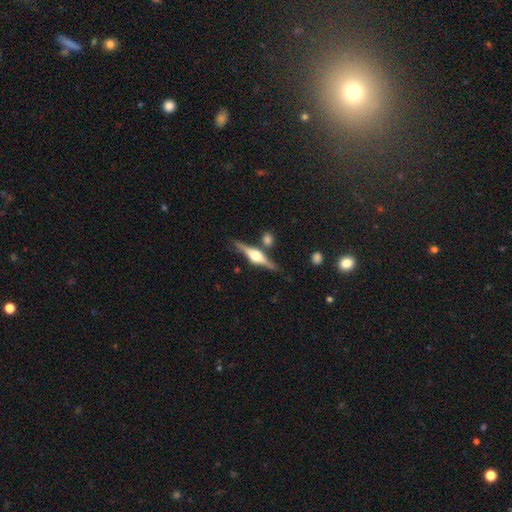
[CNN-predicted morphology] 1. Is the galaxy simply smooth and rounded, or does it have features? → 83% featured or disk, 12% smooth, 5% star or artifact.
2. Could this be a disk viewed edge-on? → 98% yes, 2% no.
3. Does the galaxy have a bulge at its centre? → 93% rounded, 6% boxy, 1% none.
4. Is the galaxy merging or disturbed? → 81% none, 9% minor disturbance, 8% merger, 2% major disturbance.